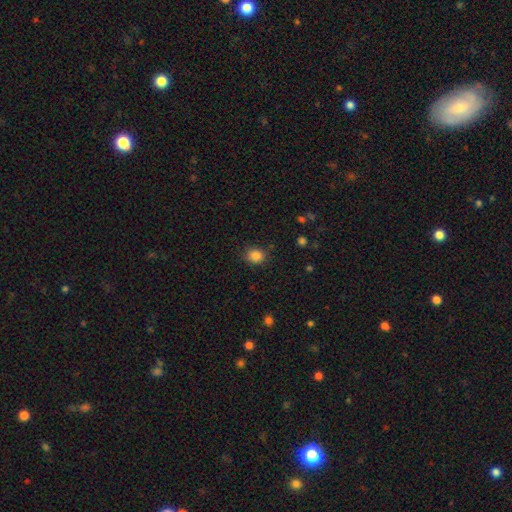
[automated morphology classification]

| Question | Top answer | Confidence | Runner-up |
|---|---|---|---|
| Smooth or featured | smooth | 85% | star or artifact (11%) |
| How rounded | round | 71% | in between (28%) |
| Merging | none | 84% | minor disturbance (12%) |